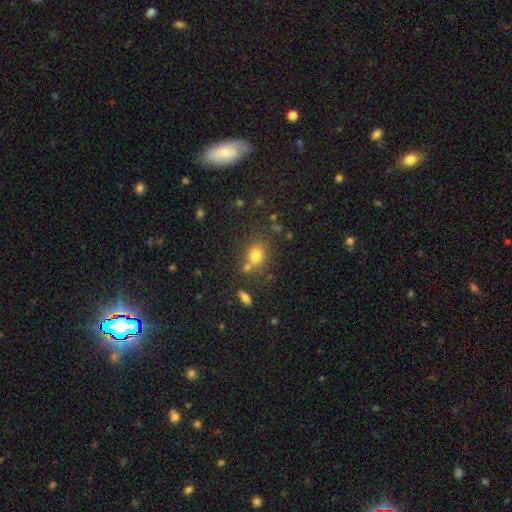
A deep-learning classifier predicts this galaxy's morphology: A smooth galaxy with no disk features (75%) that is round (58%).

Vote fractions:
- Smooth or featured? smooth: 75% / star or artifact: 15% / featured or disk: 10%
- How rounded? round: 58% / in between: 40% / cigar-shaped: 1%
- Merging? none: 63% / merger: 19% / minor disturbance: 13% / major disturbance: 5%